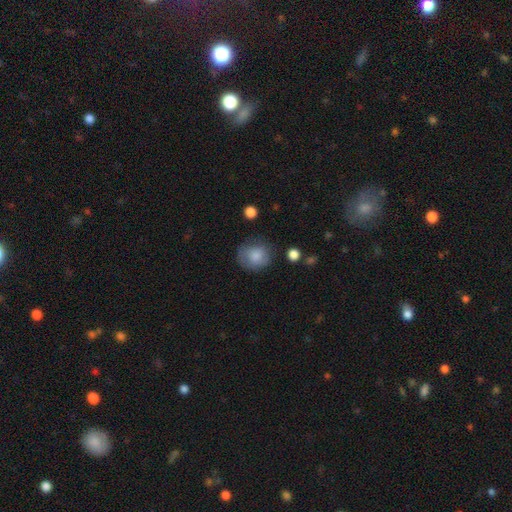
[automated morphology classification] Smooth or featured?
  - smooth: 81% *
  - featured or disk: 12%
  - star or artifact: 8%
How rounded?
  - round: 71% *
  - in between: 28%
  - cigar-shaped: 1%
Merging?
  - none: 68% *
  - minor disturbance: 22%
  - major disturbance: 8%
  - merger: 2%